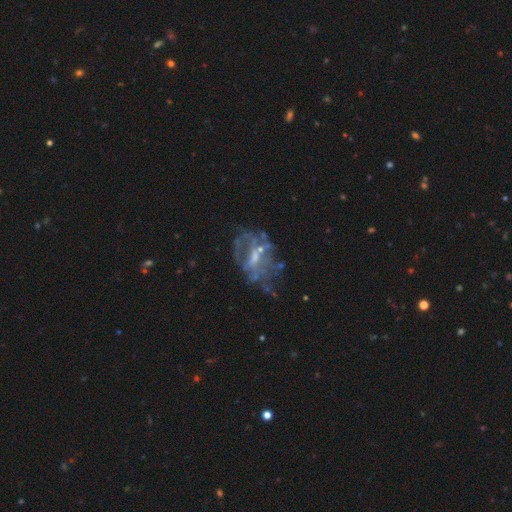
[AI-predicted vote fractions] Smooth or featured?
  - featured or disk: 72% *
  - smooth: 14%
  - star or artifact: 13%
Edge-on disk?
  - no: 96% *
  - yes: 4%
Bar?
  - no: 51% *
  - weak: 38%
  - strong: 11%
Spiral arms?
  - no: 66% *
  - yes: 34%
Bulge size?
  - small: 47% *
  - moderate: 31%
  - none: 18%
  - large: 2%
  - dominant: 1%
Merging?
  - none: 46% *
  - major disturbance: 28%
  - minor disturbance: 19%
  - merger: 7%